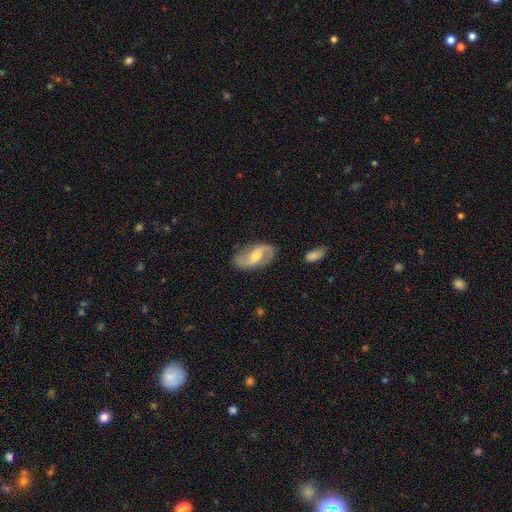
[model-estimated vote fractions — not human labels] The model was most divided on "bar": weak: 47%, no: 31%, strong: 22%. More confident: edge-on disk — no (96%); spiral arms — yes (94%); spiral arm count — 2 (91%); smooth or featured — featured or disk (80%); merging — none (77%); bulge size — moderate (58%); spiral winding — loose (56%).